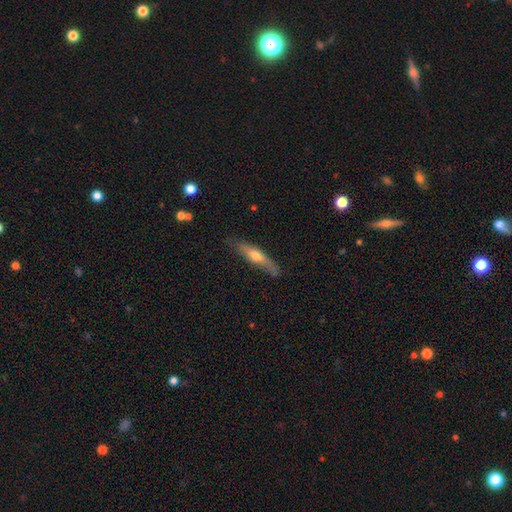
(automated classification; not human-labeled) Smooth or featured? smooth (48%)
Merging? none (71%)